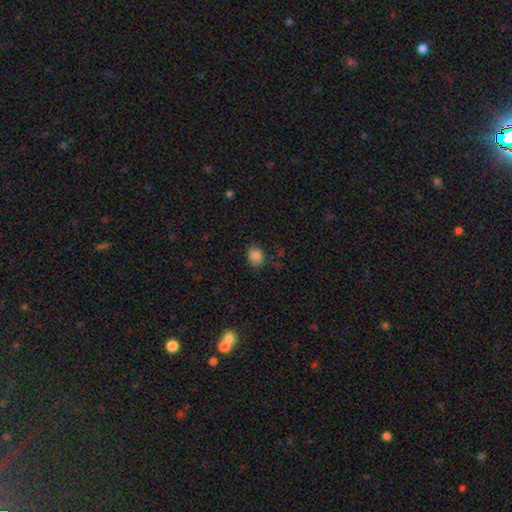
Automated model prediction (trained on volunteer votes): The model was most divided on "how rounded": in between: 52%, round: 47%, cigar-shaped: 1%. More confident: smooth or featured — smooth (84%); merging — none (72%).